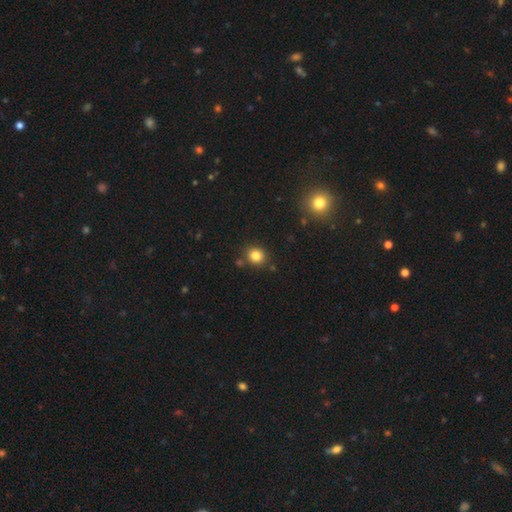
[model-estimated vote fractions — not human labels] This is clearly a smooth galaxy (82%). How rounded: clearly round (81%). Merging: clearly none (82%).